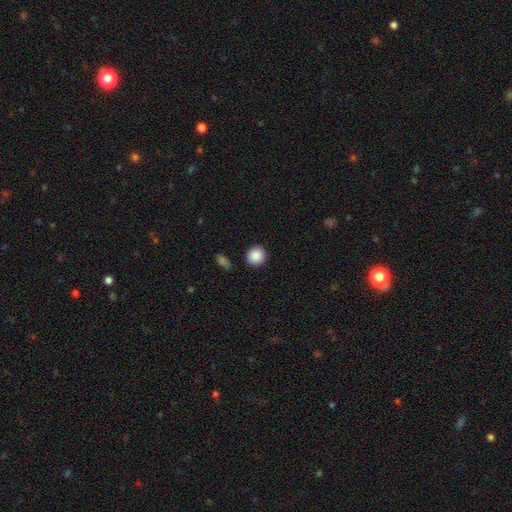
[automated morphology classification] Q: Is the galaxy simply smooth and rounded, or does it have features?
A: smooth — 89%.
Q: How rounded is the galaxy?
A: round — 88%.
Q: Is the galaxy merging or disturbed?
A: none — 88%.